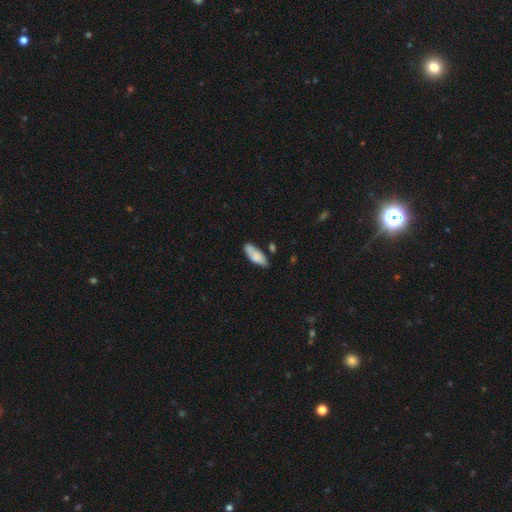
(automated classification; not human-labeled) Smooth or featured? smooth (79%)
How rounded? in between (77%)
Merging? none (64%)